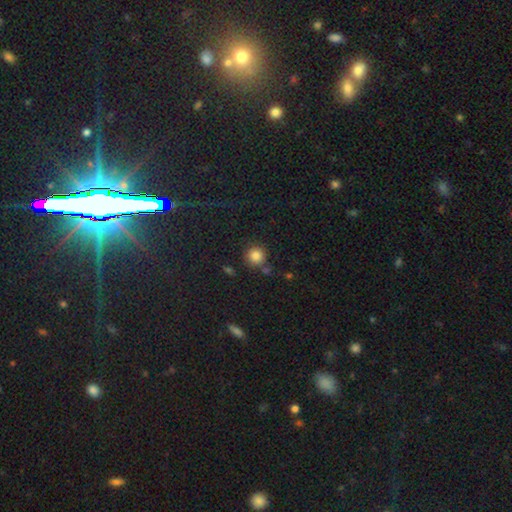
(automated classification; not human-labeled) This is clearly a smooth galaxy (82%). How rounded: clearly round (93%). Merging: likely none (77%).